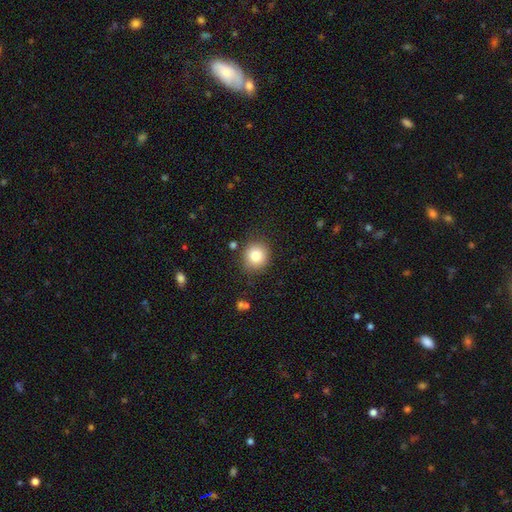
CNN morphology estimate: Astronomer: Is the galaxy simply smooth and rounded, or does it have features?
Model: smooth — 85%.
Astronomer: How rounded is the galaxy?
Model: round — 87%.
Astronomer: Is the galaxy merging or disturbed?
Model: none — 84%.